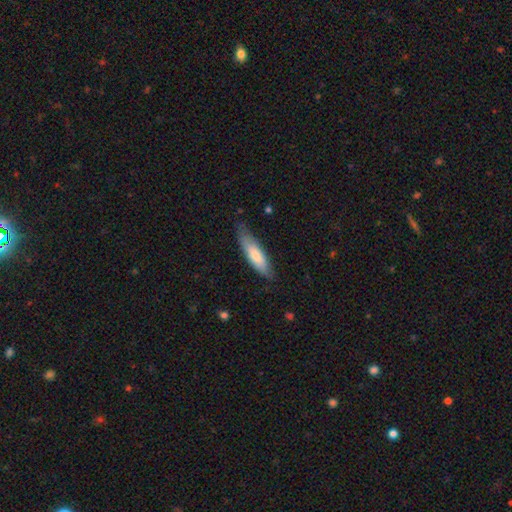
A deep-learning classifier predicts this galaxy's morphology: smooth 73%, featured or disk 22%, star or artifact 5%. Down the decision tree: how rounded — cigar-shaped (60%); merging — none (72%).